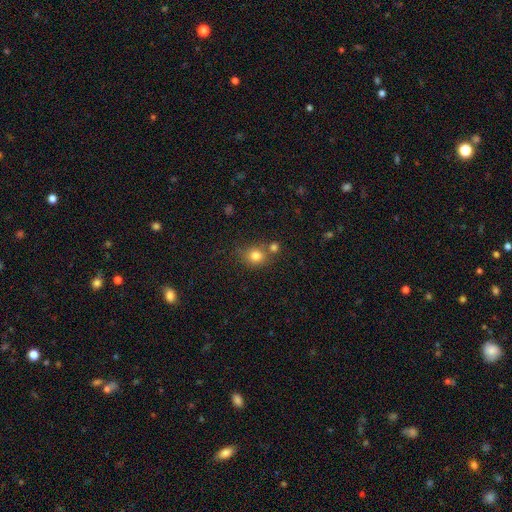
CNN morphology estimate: smooth_or_featured: smooth (p=0.80) [alt: star or artifact p=0.12]
how_rounded: round (p=0.78) [alt: in between p=0.21]
merging: none (p=0.63) [alt: merger p=0.22]